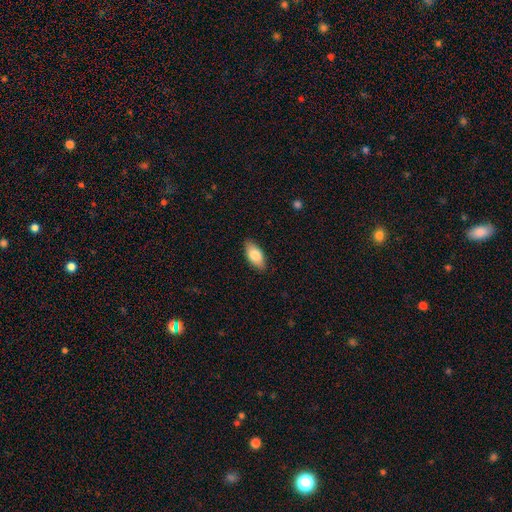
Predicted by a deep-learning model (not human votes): Smooth or featured? Predicted: smooth (p=0.82). How rounded? Predicted: in between (p=0.90). Merging? Predicted: none (p=0.87).